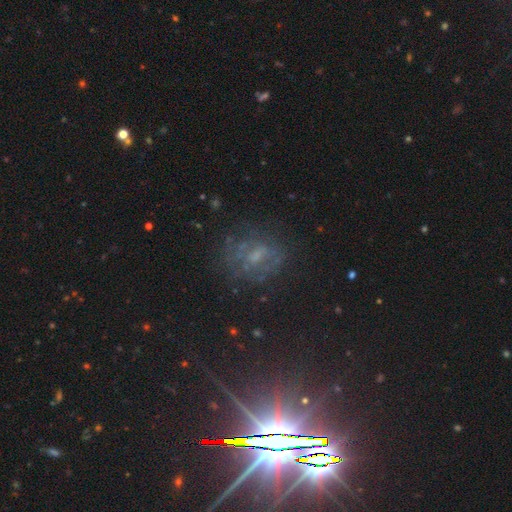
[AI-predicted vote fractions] A featured or disk galaxy (41%).

Vote fractions:
- Smooth or featured? featured or disk: 41% / star or artifact: 35% / smooth: 24%
- Merging? none: 67% / minor disturbance: 17% / major disturbance: 14% / merger: 2%